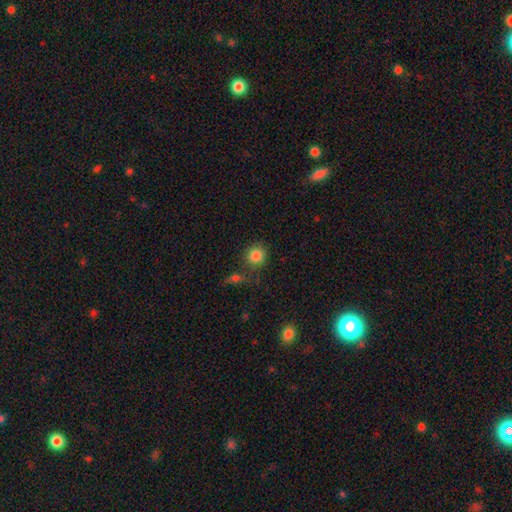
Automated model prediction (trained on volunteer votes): Smooth or featured: smooth — 85% (star or artifact — 10%)
How rounded: round — 88% (in between — 11%)
Merging: none — 71% (minor disturbance — 12%)